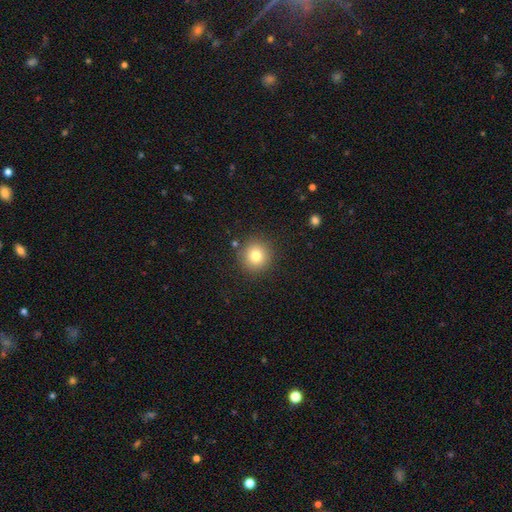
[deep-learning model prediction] Q: Smooth or featured?
A: smooth (78%); runner-up: star or artifact (13%)
Q: How rounded?
A: round (94%); runner-up: in between (5%)
Q: Merging?
A: none (88%); runner-up: minor disturbance (7%)